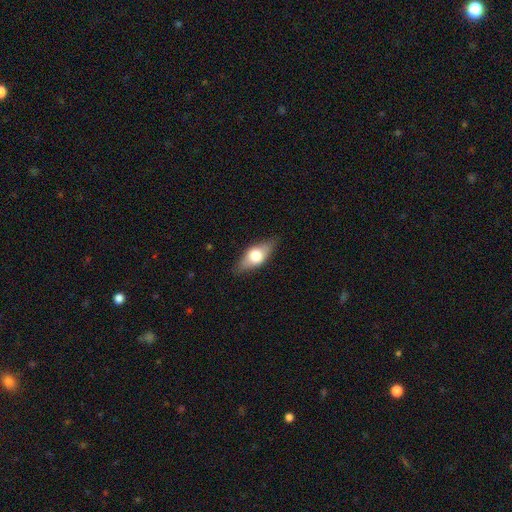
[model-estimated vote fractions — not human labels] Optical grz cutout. It shows a smooth galaxy with no disk features (55%) that is in between round and cigar-shaped (77%). Merging: none (81%).